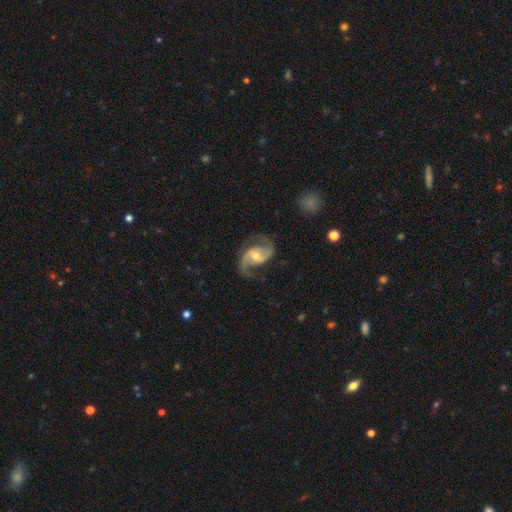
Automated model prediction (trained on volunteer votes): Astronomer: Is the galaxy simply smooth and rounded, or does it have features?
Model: featured or disk — 90%.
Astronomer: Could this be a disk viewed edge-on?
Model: no — 98%.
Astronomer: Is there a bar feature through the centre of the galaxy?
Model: weak — 44% (runner-up: no, 40%).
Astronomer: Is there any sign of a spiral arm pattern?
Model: yes — 97%.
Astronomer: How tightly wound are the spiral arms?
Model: medium — 47% (runner-up: loose, 44%).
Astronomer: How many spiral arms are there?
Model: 2 — 93%.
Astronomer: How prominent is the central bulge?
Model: moderate — 65%.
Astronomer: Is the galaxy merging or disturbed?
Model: none — 73%.